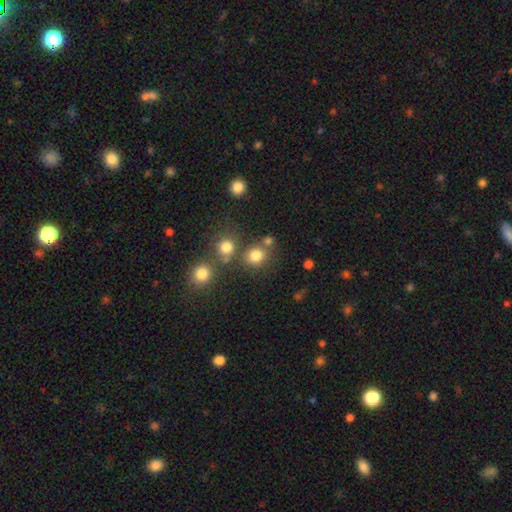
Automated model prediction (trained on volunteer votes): Smooth or featured?
  - smooth: 79% *
  - star or artifact: 15%
  - featured or disk: 6%
How rounded?
  - round: 81% *
  - in between: 18%
  - cigar-shaped: 1%
Merging?
  - none: 68% *
  - merger: 18%
  - minor disturbance: 10%
  - major disturbance: 5%